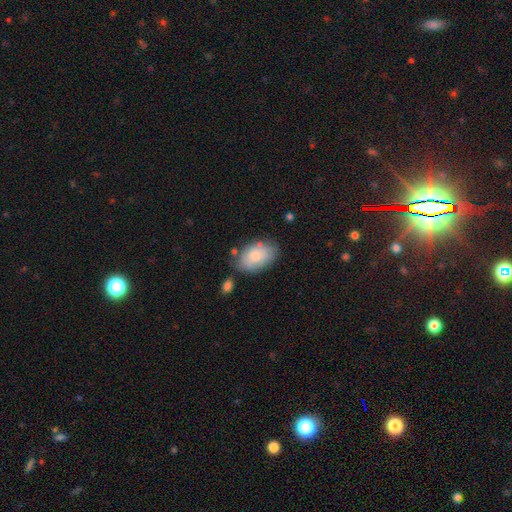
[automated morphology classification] The model was most divided on "merging": none: 67%, minor disturbance: 21%, merger: 6%, major disturbance: 6%. More confident: how rounded — in between (91%); smooth or featured — smooth (79%).